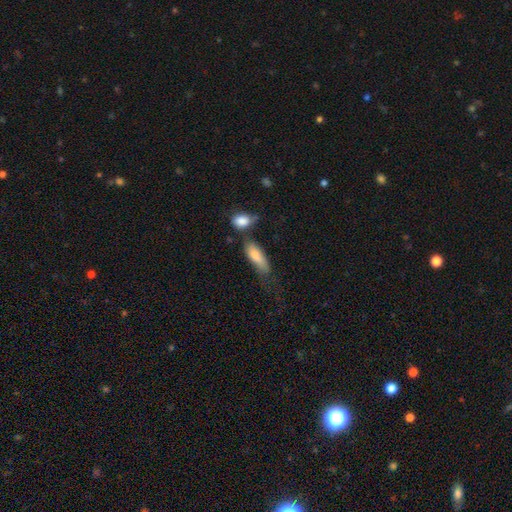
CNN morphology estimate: type=smooth (82%); roundness=in between (69%); merging=none (39%).